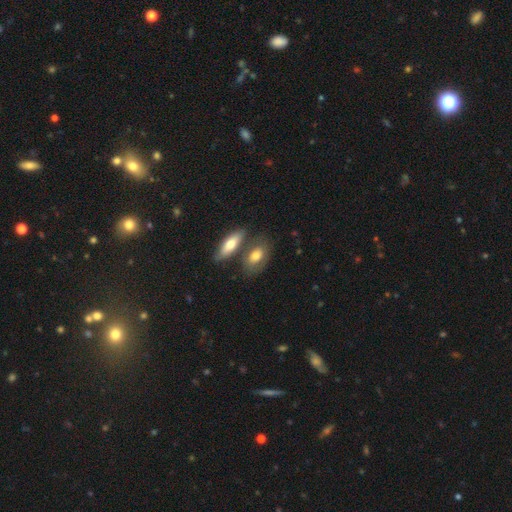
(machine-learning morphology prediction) smooth 69%, featured or disk 25%, star or artifact 6%. Down the decision tree: how rounded — in between (86%); merging — none (56%).